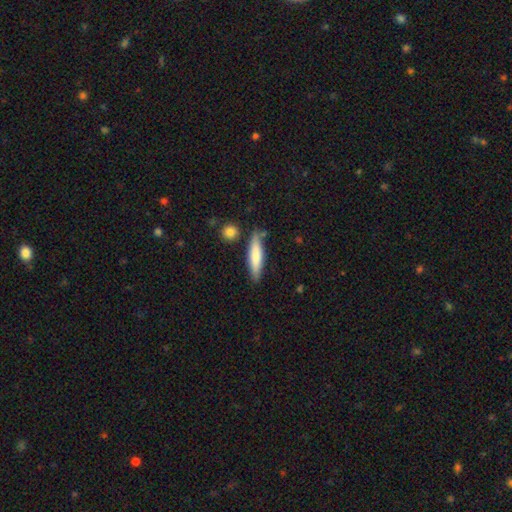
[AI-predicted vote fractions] Smooth or featured: smooth — 71% (featured or disk — 23%)
How rounded: cigar-shaped — 78% (in between — 21%)
Merging: none — 77% (minor disturbance — 15%)